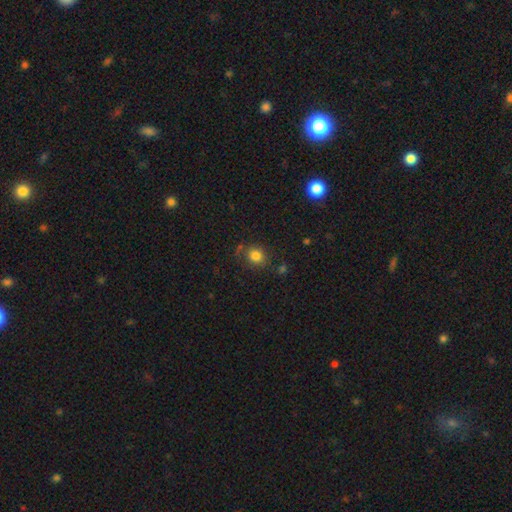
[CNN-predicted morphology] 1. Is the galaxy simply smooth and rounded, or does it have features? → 81% smooth, 12% star or artifact, 7% featured or disk.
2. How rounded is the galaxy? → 78% round, 21% in between, 1% cigar-shaped.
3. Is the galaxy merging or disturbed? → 77% none, 14% minor disturbance, 5% major disturbance, 5% merger.